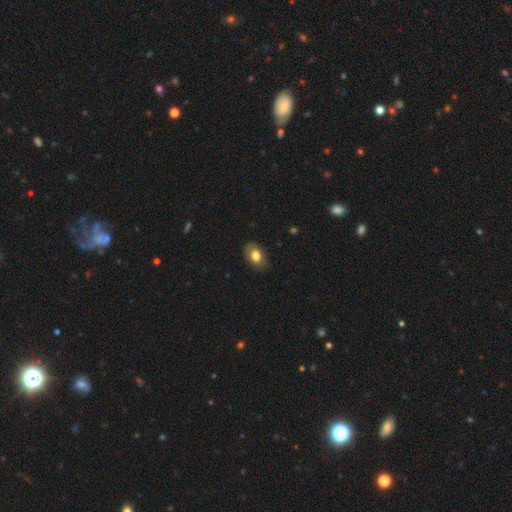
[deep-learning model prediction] Smooth or featured: smooth — 77% (featured or disk — 15%)
How rounded: in between — 85% (round — 14%)
Merging: none — 79% (minor disturbance — 17%)